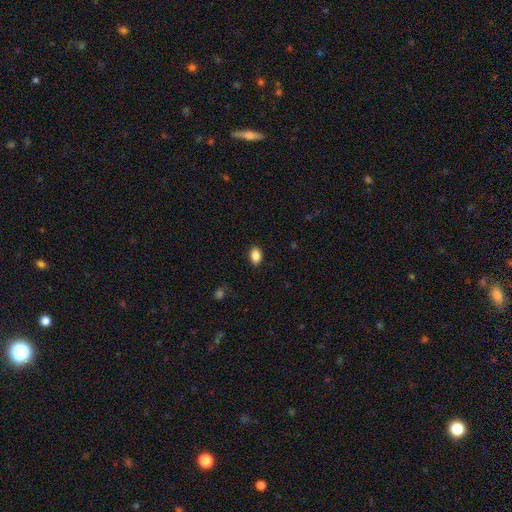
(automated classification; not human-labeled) This appears to be a smooth galaxy with no disk features (87%) that is in between round and cigar-shaped (80%). Merging: none (88%).